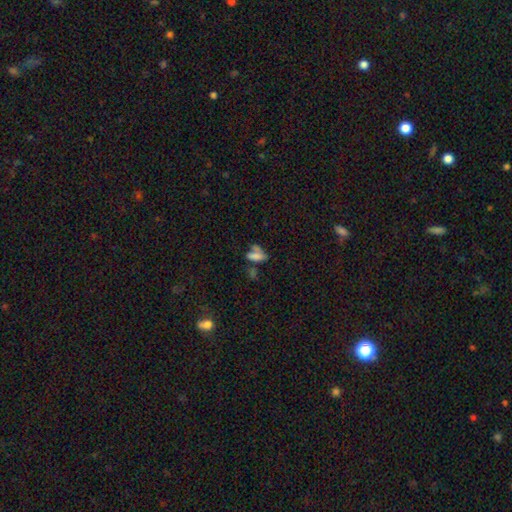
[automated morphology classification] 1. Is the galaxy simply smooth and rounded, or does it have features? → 64% smooth, 19% featured or disk, 17% star or artifact.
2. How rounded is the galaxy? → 67% in between, 26% cigar-shaped, 7% round.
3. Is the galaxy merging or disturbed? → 40% merger, 31% none, 15% minor disturbance, 14% major disturbance.